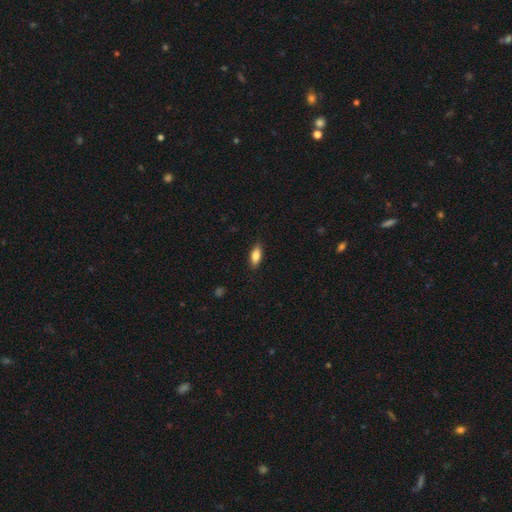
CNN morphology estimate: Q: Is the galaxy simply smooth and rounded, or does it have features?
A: smooth — 80%.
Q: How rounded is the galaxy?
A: in between — 77%.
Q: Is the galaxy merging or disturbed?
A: none — 86%.